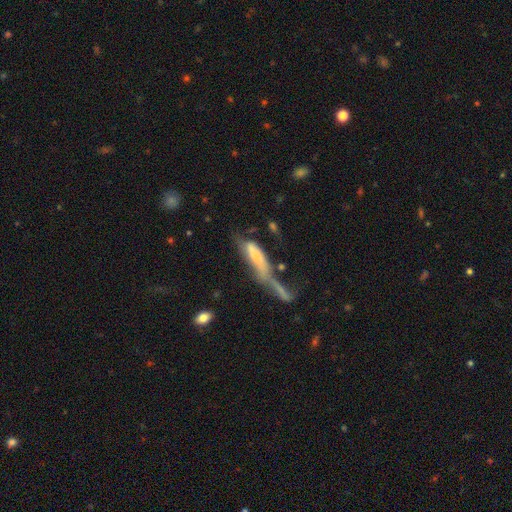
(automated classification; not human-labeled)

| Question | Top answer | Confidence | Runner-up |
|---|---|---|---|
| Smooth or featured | smooth | 51% | featured or disk (39%) |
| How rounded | cigar-shaped | 57% | in between (41%) |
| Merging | merger | 44% | major disturbance (26%) |